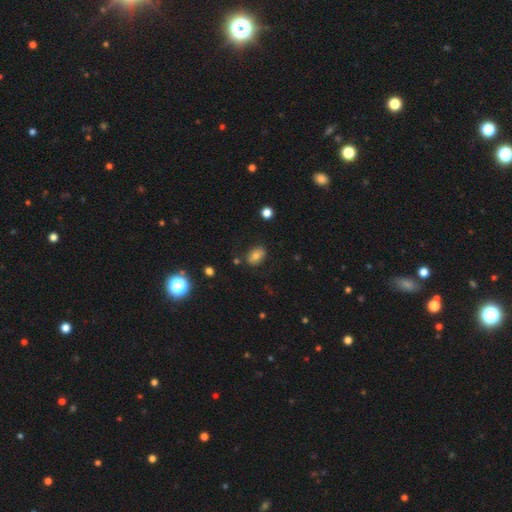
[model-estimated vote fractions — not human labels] Q: Smooth or featured?
A: smooth (74%); runner-up: featured or disk (14%)
Q: How rounded?
A: in between (82%); runner-up: round (17%)
Q: Merging?
A: none (81%); runner-up: minor disturbance (13%)